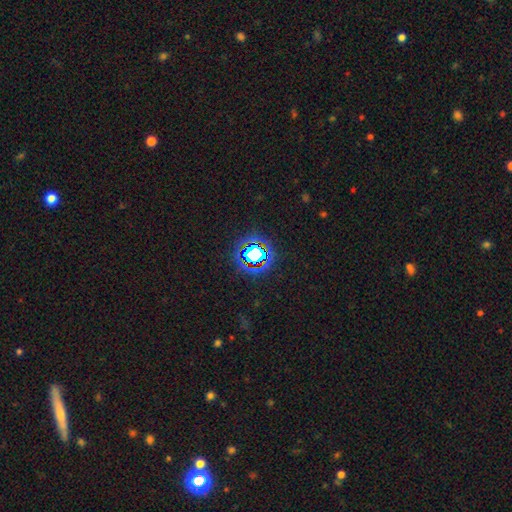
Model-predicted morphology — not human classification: A star or artifact, not a galaxy (67%).